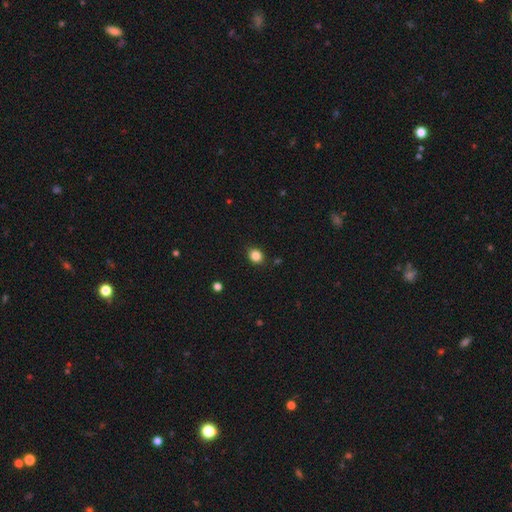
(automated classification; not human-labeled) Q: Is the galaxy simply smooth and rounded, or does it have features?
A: smooth — 85%.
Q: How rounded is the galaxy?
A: round — 60%.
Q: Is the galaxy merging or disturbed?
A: none — 87%.